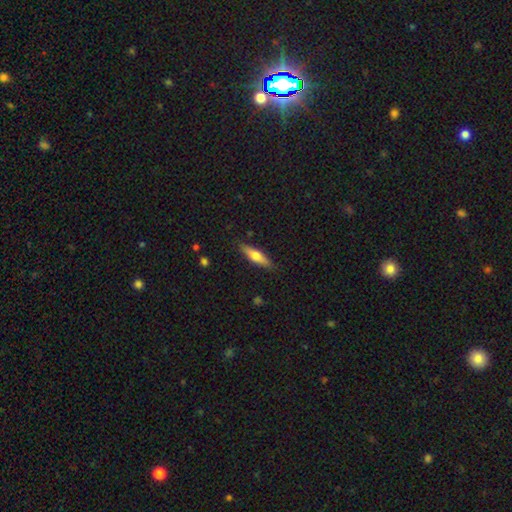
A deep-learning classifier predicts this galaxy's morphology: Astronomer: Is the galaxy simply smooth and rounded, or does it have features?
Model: smooth — 55% (runner-up: featured or disk, 39%).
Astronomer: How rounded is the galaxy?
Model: cigar-shaped — 67%.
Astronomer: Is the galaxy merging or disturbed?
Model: none — 88%.